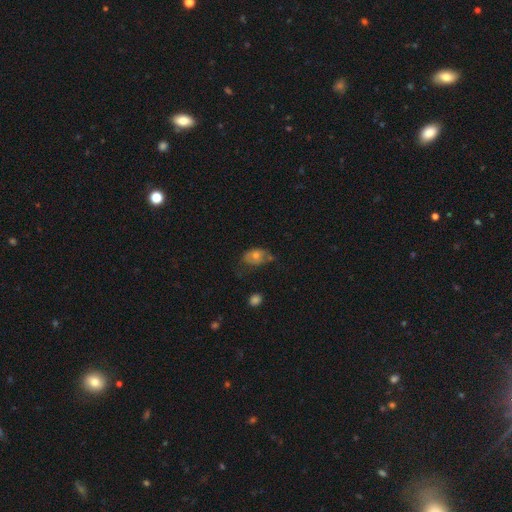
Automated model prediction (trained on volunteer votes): Morphology: type=smooth (51%); roundness=in between (77%); merging=none (46%).